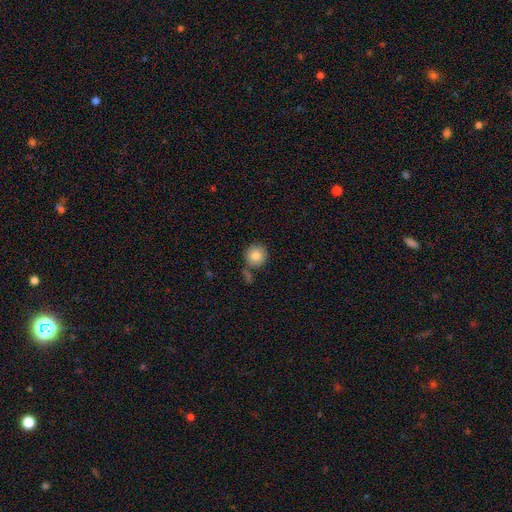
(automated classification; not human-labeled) A smooth galaxy with no disk features (84%) that is round (93%).

Vote fractions:
- Smooth or featured? smooth: 84% / star or artifact: 8% / featured or disk: 8%
- How rounded? round: 93% / in between: 6% / cigar-shaped: 1%
- Merging? none: 74% / merger: 12% / minor disturbance: 11% / major disturbance: 3%